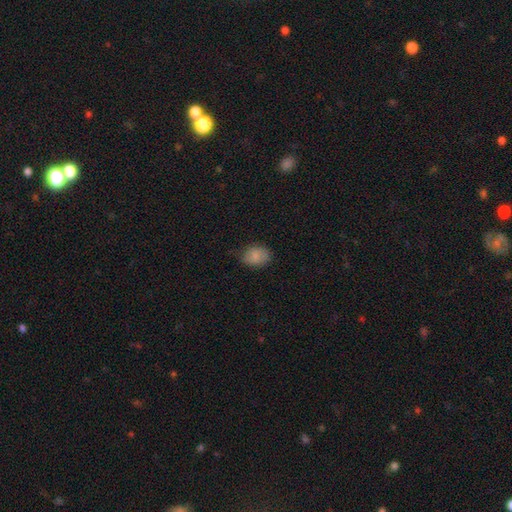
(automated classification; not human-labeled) A smooth galaxy with no disk features (83%) that is in between round and cigar-shaped (72%). Merging: none (74%).